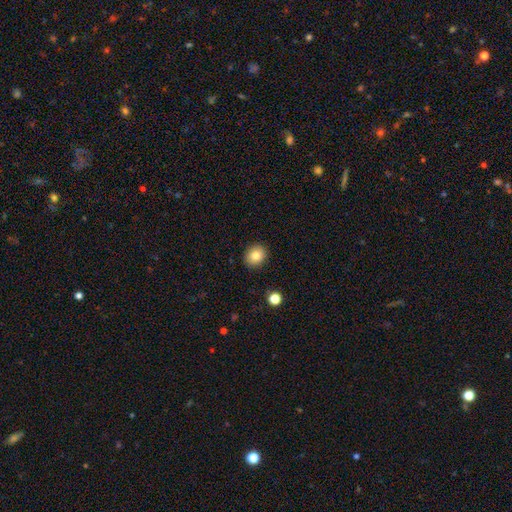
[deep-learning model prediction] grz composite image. It shows a smooth galaxy with no disk features (82%) that is round (72%). Merging: none (90%).